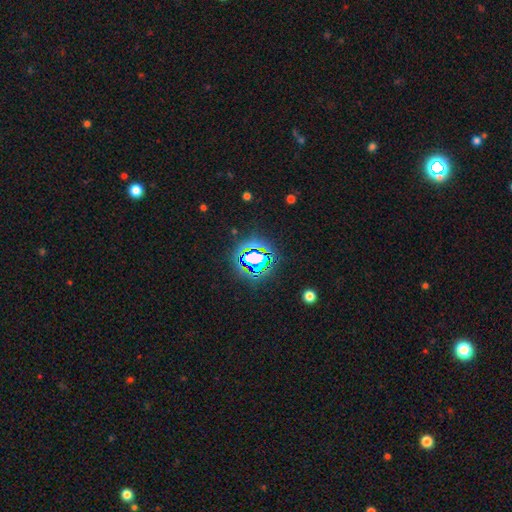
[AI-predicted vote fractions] The model was most divided on "smooth or featured": star or artifact: 78%, smooth: 13%, featured or disk: 8%.